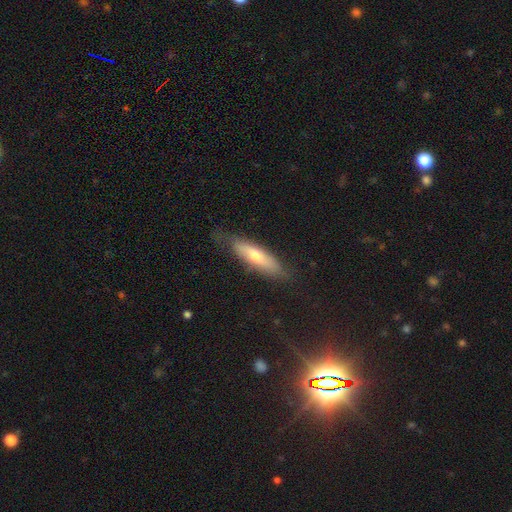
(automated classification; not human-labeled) A smooth galaxy with no disk features (57%) that is cigar-shaped (63%).

Vote fractions:
- Smooth or featured? smooth: 57% / featured or disk: 37% / star or artifact: 6%
- How rounded? cigar-shaped: 63% / in between: 35% / round: 2%
- Merging? none: 71% / minor disturbance: 21% / major disturbance: 6% / merger: 1%